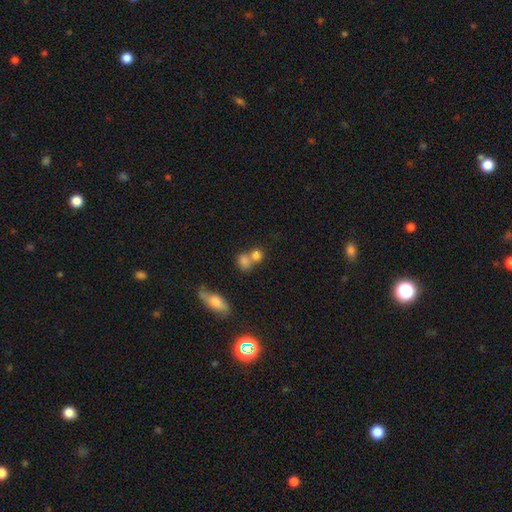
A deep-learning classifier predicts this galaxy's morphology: Smooth or featured: smooth — 78% (star or artifact — 12%)
How rounded: round — 69% (in between — 28%)
Merging: merger — 50% (none — 38%)